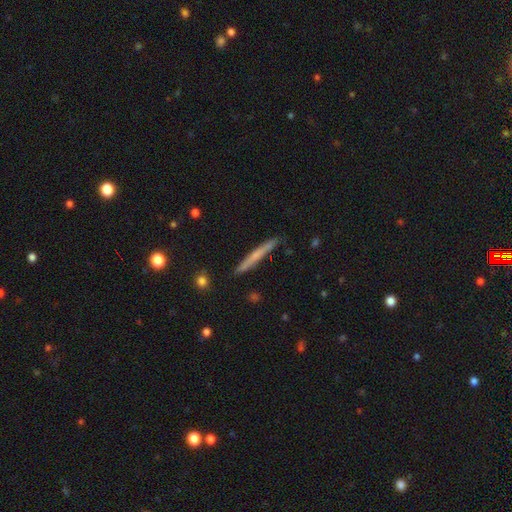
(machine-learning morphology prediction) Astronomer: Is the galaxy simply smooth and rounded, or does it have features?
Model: smooth — 55% (runner-up: featured or disk, 38%).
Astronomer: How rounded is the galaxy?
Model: cigar-shaped — 96%.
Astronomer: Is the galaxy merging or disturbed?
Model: none — 86%.